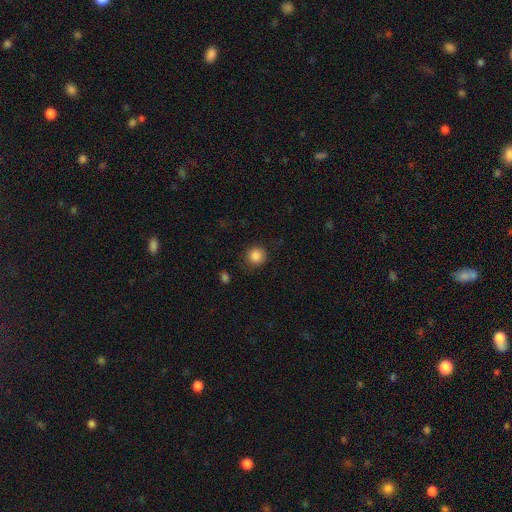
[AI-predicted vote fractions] smooth-or-featured: smooth: 85% | star or artifact: 11% | featured or disk: 4%
  how-rounded: round: 94% | in between: 5% | cigar-shaped: 1%
  merging: none: 88% | minor disturbance: 8% | major disturbance: 3% | merger: 1%